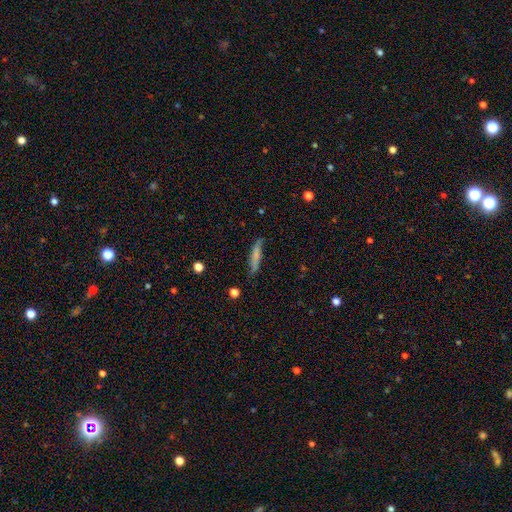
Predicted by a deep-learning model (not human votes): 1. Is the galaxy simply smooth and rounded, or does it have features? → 67% smooth, 26% featured or disk, 7% star or artifact.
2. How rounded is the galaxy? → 87% cigar-shaped, 11% in between, 2% round.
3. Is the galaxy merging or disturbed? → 68% none, 24% minor disturbance, 6% major disturbance, 3% merger.